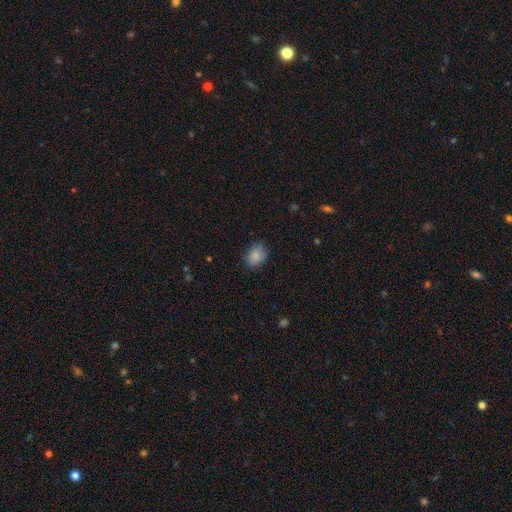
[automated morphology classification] A smooth galaxy with no disk features (86%) that is in between round and cigar-shaped (61%). Merging: none (79%).